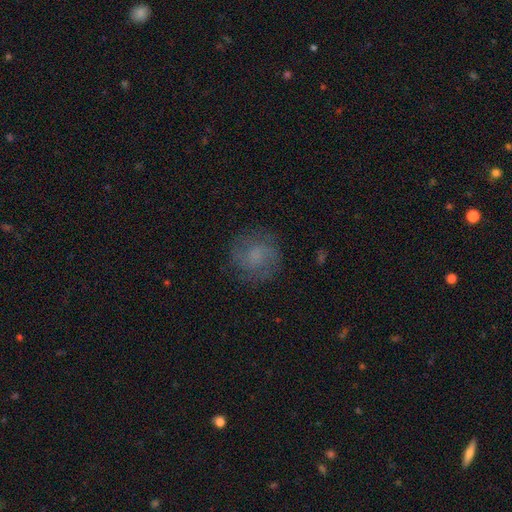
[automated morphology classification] The model was most divided on "smooth or featured": smooth: 53%, featured or disk: 36%, star or artifact: 12%. More confident: how rounded — round (88%); merging — none (79%).